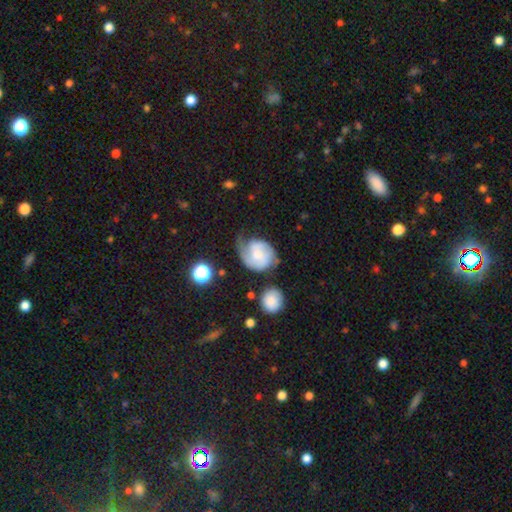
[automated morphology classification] A featured or disk galaxy (63%) with no bar (59%), 2 (52%) medium (41%) spiral arms (89%) and a moderate central bulge (49%). Merging: none (40%).